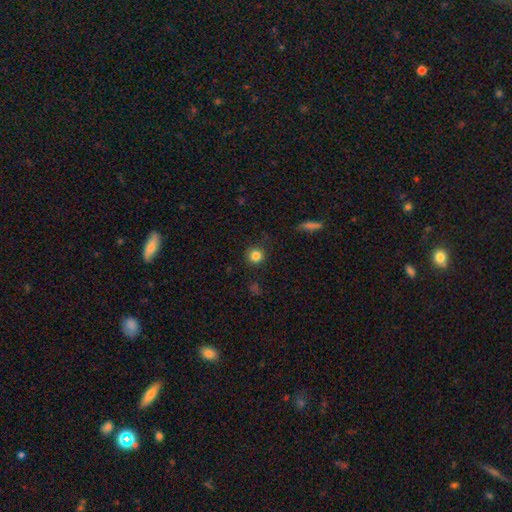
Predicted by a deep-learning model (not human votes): This is clearly a smooth galaxy (83%). How rounded: clearly round (94%). Merging: clearly none (88%).